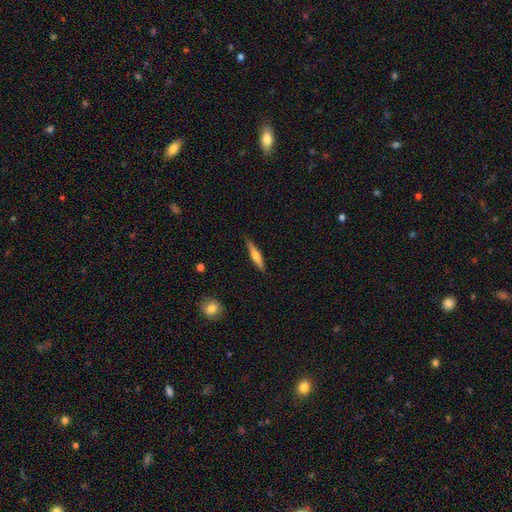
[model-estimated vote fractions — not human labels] Smooth or featured?
  - featured or disk: 48% *
  - smooth: 46%
  - star or artifact: 6%
Merging?
  - none: 84% *
  - minor disturbance: 12%
  - major disturbance: 2%
  - merger: 1%